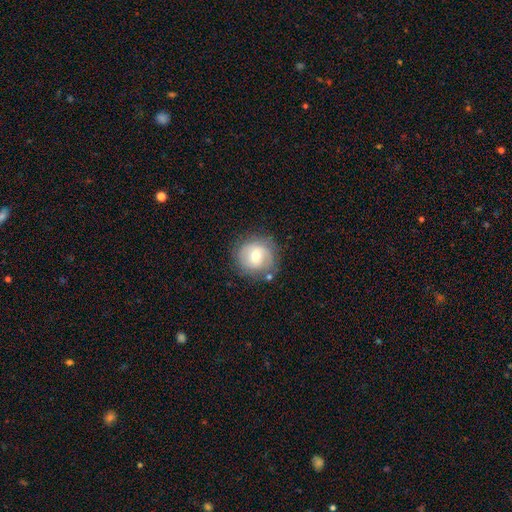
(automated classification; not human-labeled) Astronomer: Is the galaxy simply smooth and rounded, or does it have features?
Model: smooth — 53% (runner-up: featured or disk, 37%).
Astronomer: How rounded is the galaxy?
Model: round — 89%.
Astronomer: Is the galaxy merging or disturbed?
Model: none — 73%.